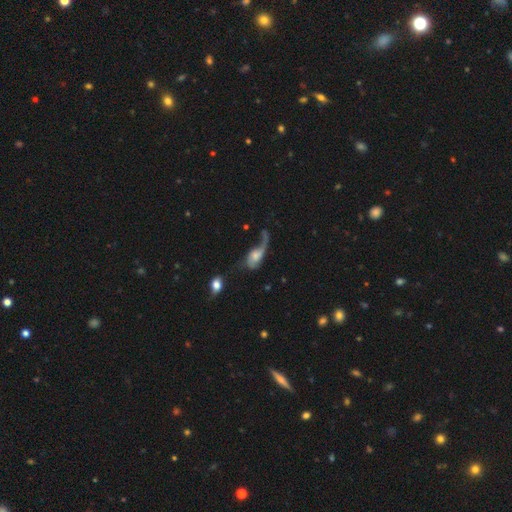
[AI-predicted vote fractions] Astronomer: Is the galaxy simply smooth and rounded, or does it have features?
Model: featured or disk — 61%.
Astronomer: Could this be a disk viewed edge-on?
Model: no — 91%.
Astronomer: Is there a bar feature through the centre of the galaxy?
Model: no — 69%.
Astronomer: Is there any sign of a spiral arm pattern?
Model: yes — 79%.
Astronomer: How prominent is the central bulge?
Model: moderate — 37% (runner-up: small, 33%).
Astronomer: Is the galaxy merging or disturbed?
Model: major disturbance — 49%.